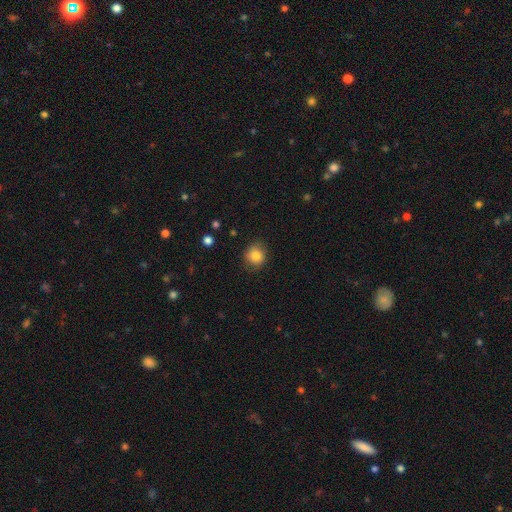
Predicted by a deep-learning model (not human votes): Smooth or featured? smooth (84%)
How rounded? round (81%)
Merging? none (81%)